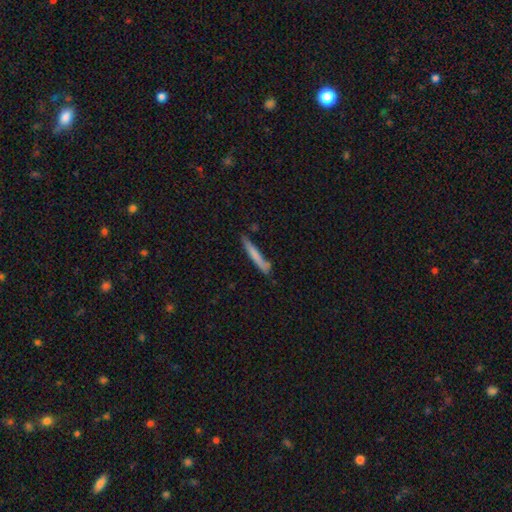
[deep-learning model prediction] This is likely a smooth galaxy (69%). How rounded: clearly cigar-shaped (95%). Merging: likely none (74%).